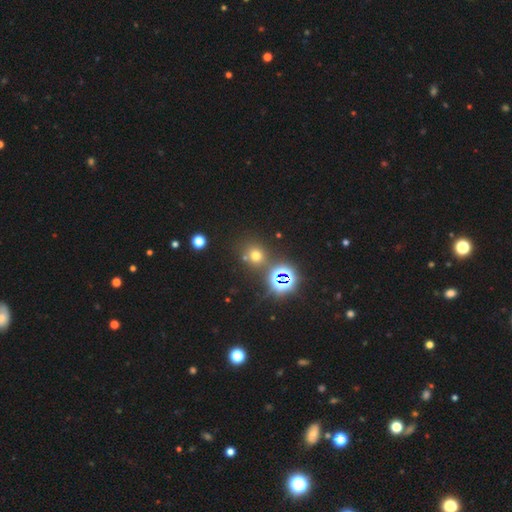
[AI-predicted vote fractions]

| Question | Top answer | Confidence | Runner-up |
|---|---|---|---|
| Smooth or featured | smooth | 57% | star or artifact (35%) |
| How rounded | round | 87% | in between (12%) |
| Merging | none | 75% | merger (12%) |